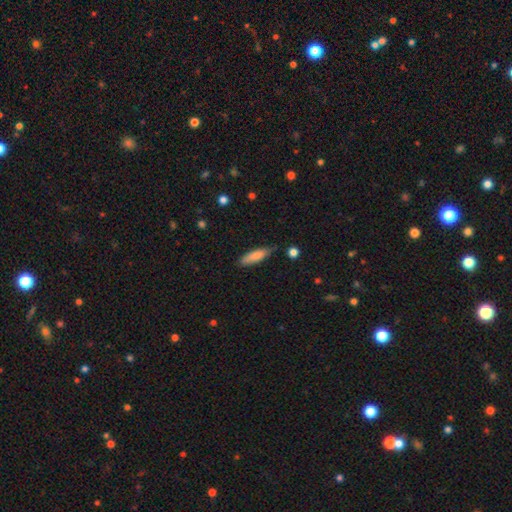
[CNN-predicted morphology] smooth 81%, featured or disk 13%, star or artifact 6%. Down the decision tree: how rounded — cigar-shaped (63%); merging — none (76%).